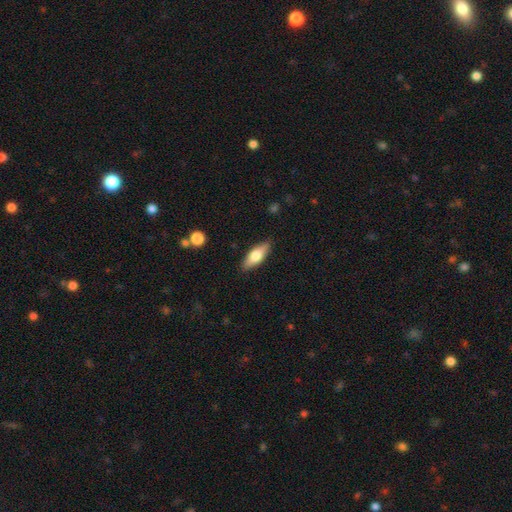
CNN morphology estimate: This is likely a smooth galaxy (64%). How rounded: likely in between (67%). Merging: clearly none (87%).